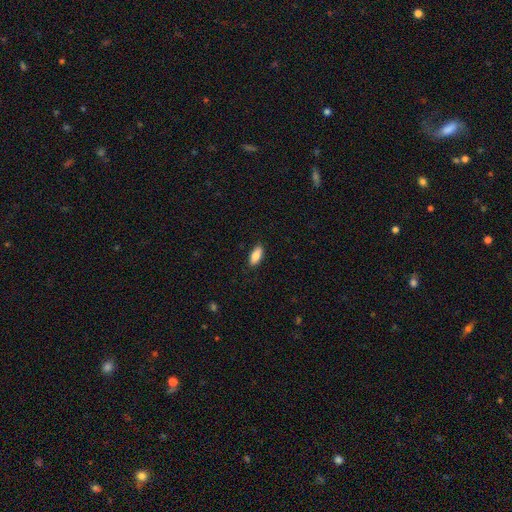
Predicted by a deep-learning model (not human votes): Q: Smooth or featured?
A: smooth (85%); runner-up: featured or disk (8%)
Q: How rounded?
A: in between (86%); runner-up: cigar-shaped (12%)
Q: Merging?
A: none (87%); runner-up: minor disturbance (10%)